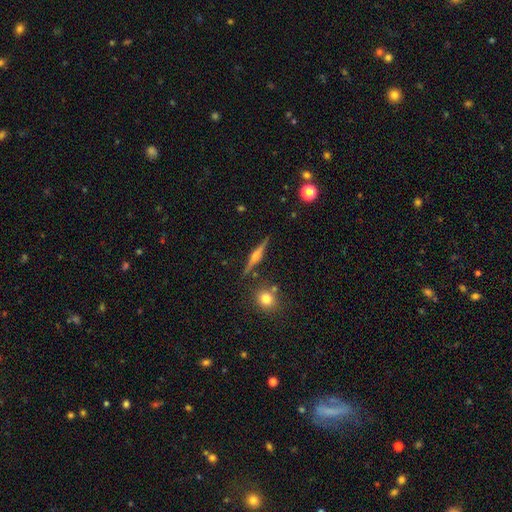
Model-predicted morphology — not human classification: This is likely a featured or disk galaxy (71%). It is clearly viewed edge-on (97%). Edge-on bulge: clearly rounded (81%). Merging: clearly none (87%).